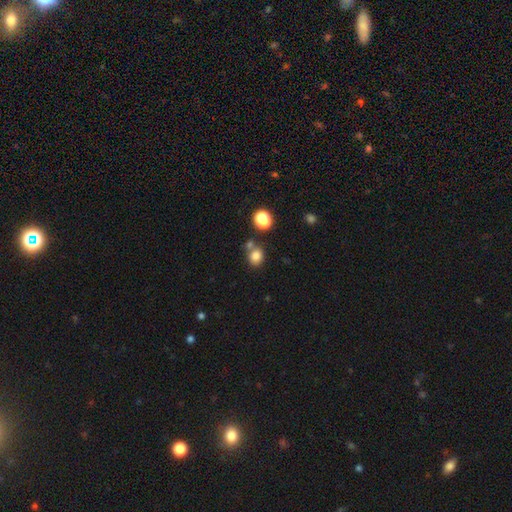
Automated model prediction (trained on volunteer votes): Smooth or featured? smooth (81%)
How rounded? round (69%)
Merging? none (65%)